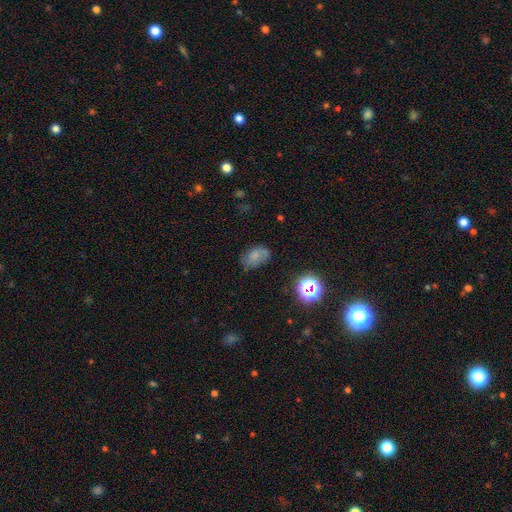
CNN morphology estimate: type=smooth (67%); roundness=in between (87%); merging=none (61%).